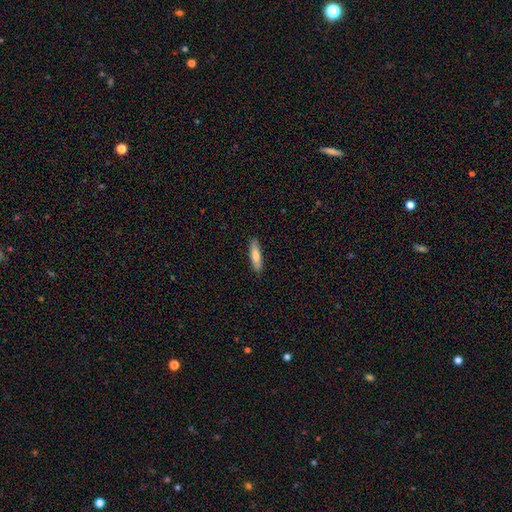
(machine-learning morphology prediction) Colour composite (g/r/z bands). It shows a smooth galaxy with no disk features (78%) that is cigar-shaped (72%). Merging: none (89%).